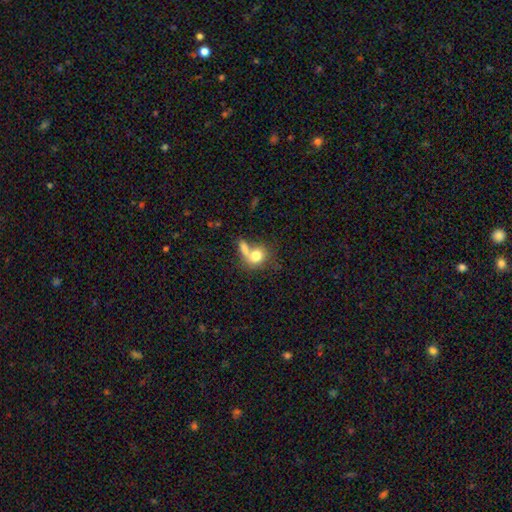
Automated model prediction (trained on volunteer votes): A smooth galaxy with no disk features (76%) that is round (57%).

Vote fractions:
- Smooth or featured? smooth: 76% / featured or disk: 15% / star or artifact: 9%
- How rounded? round: 57% / in between: 41% / cigar-shaped: 2%
- Merging? merger: 49% / none: 33% / minor disturbance: 10% / major disturbance: 8%